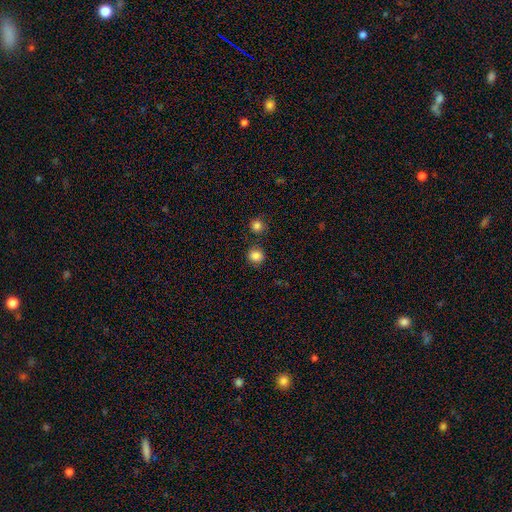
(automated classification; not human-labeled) This appears to be a smooth galaxy with no disk features (85%) that is round (89%). Merging: none (83%).